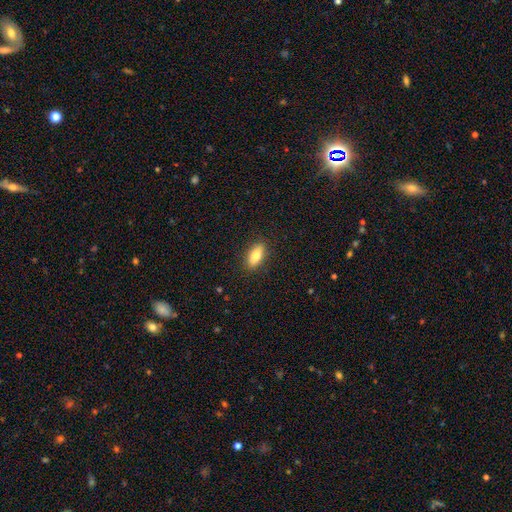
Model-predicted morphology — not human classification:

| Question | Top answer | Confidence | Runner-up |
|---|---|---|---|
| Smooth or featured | smooth | 76% | featured or disk (17%) |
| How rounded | in between | 79% | cigar-shaped (17%) |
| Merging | none | 88% | minor disturbance (9%) |